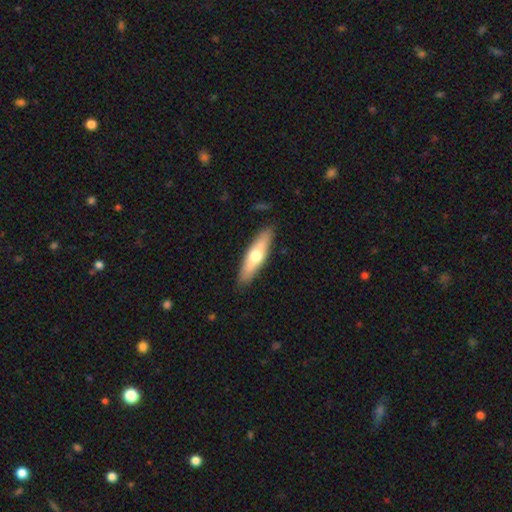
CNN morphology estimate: smooth-or-featured: smooth: 55% | featured or disk: 40% | star or artifact: 5%
  how-rounded: cigar-shaped: 67% | in between: 31% | round: 2%
  merging: none: 88% | minor disturbance: 9% | major disturbance: 2% | merger: 1%